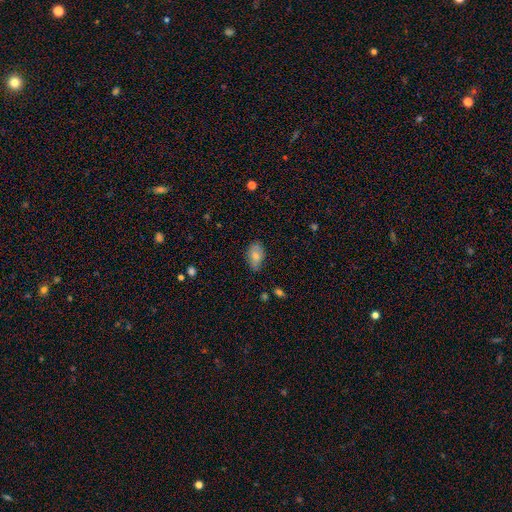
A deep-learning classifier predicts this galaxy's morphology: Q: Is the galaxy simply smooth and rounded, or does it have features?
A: smooth — 76%.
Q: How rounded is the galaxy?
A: in between — 91%.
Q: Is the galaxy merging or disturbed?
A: none — 74%.